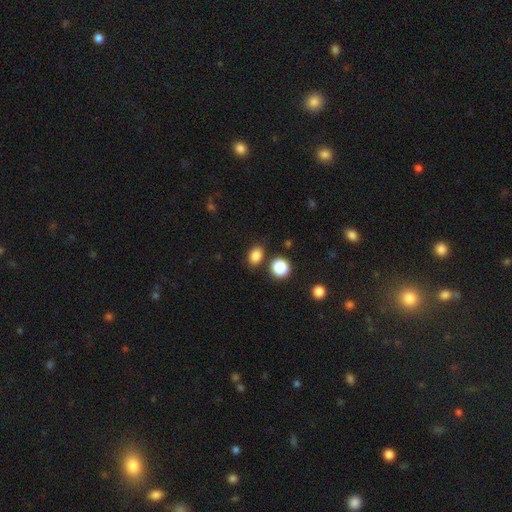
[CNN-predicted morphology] Smooth or featured? Predicted: smooth (p=0.84). How rounded? Predicted: in between (p=0.65). Merging? Predicted: none (p=0.78).